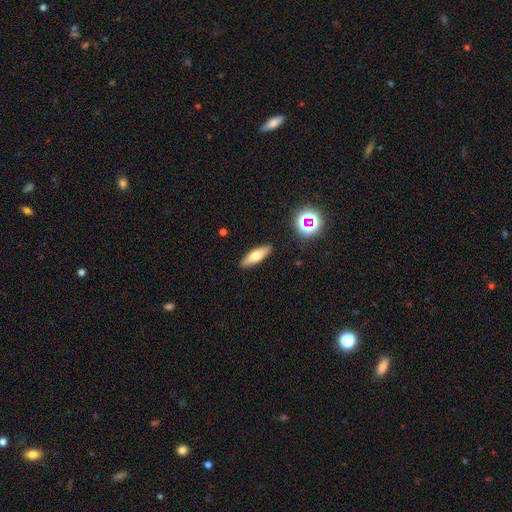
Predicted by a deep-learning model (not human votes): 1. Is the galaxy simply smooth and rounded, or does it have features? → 64% smooth, 27% featured or disk, 9% star or artifact.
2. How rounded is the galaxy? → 49% in between, 48% cigar-shaped, 3% round.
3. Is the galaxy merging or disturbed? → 89% none, 8% minor disturbance, 2% major disturbance, 1% merger.